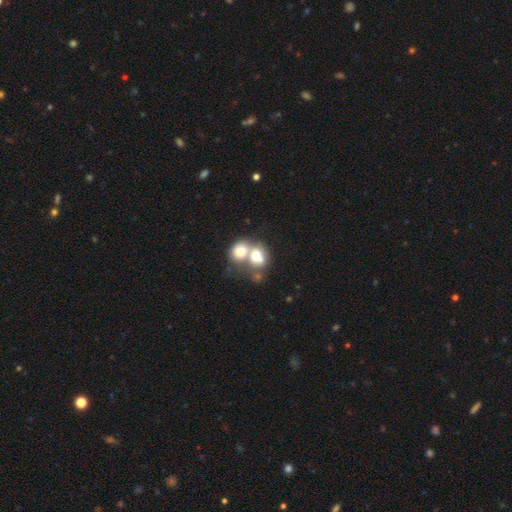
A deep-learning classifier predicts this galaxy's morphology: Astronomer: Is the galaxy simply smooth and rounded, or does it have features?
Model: smooth — 68%.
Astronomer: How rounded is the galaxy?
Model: round — 55% (runner-up: in between, 44%).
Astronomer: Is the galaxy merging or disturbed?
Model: merger — 73%.